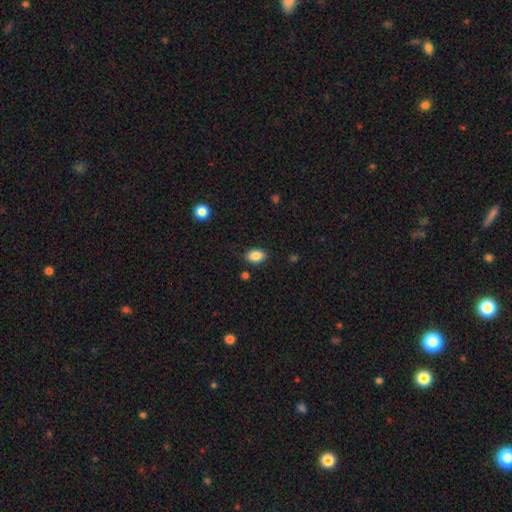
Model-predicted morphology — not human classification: smooth 87%, star or artifact 8%, featured or disk 5%. Down the decision tree: how rounded — in between (82%); merging — none (82%).